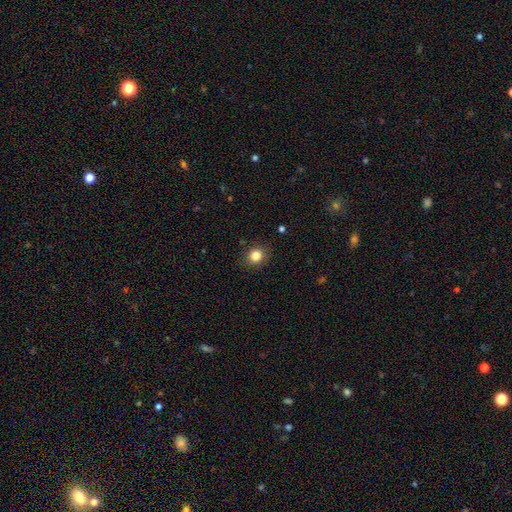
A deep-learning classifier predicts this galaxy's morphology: This appears to be a smooth galaxy with no disk features (83%) that is round (78%). Merging: none (87%).